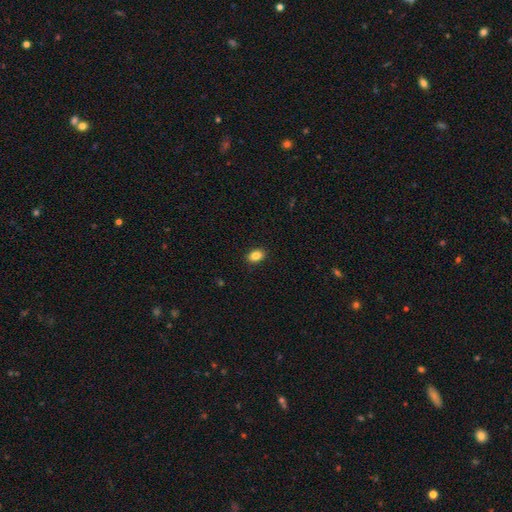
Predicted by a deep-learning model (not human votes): smooth_or_featured: smooth (p=0.86) [alt: star or artifact p=0.09]
how_rounded: in between (p=0.79) [alt: round p=0.20]
merging: none (p=0.90) [alt: minor disturbance p=0.07]